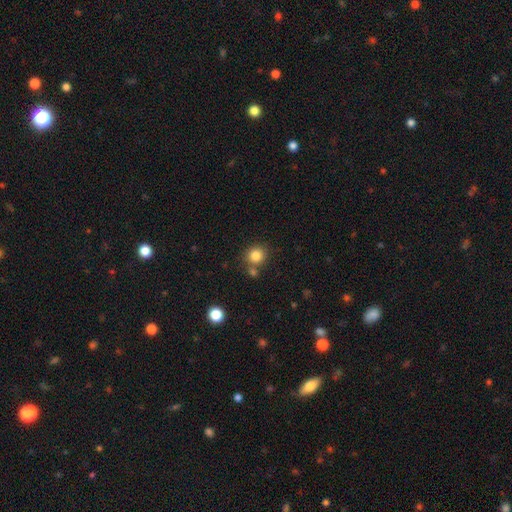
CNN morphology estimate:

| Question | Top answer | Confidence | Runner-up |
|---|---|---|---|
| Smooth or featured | smooth | 83% | star or artifact (11%) |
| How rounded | round | 87% | in between (12%) |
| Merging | none | 73% | merger (14%) |